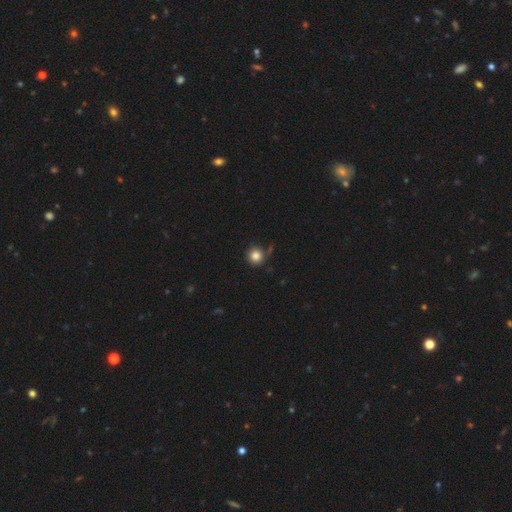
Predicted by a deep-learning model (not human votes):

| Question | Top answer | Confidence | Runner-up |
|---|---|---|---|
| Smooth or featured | smooth | 84% | star or artifact (11%) |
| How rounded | round | 94% | in between (5%) |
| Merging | none | 78% | minor disturbance (13%) |